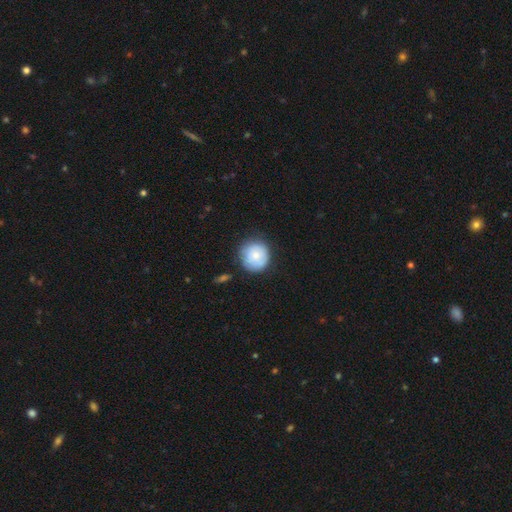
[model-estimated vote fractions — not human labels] This appears to be a smooth galaxy with no disk features (77%) that is round (93%). Merging: none (75%).